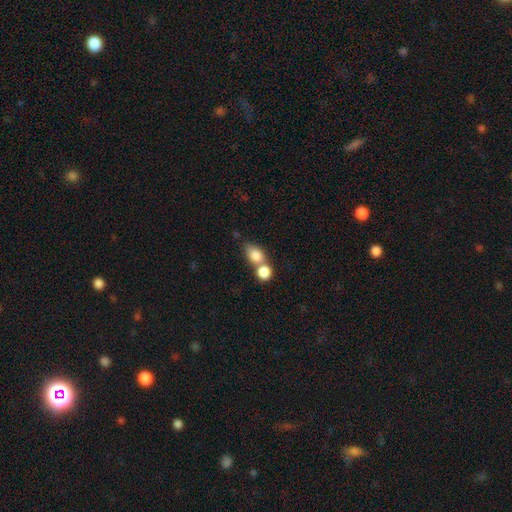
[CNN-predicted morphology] The model was most divided on "merging": merger: 56%, none: 31%, minor disturbance: 8%, major disturbance: 4%. More confident: smooth or featured — smooth (81%); how rounded — in between (62%).